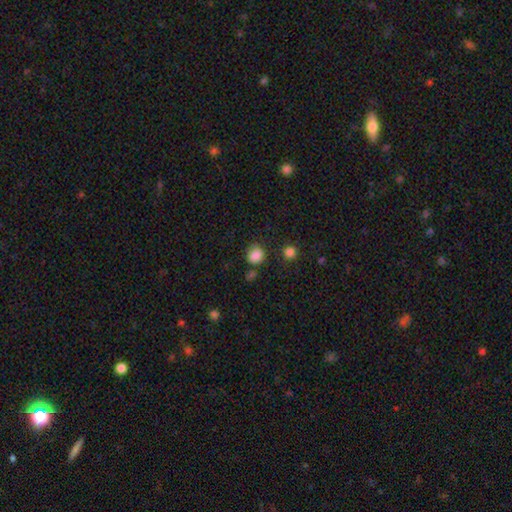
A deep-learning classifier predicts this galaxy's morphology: A smooth galaxy with no disk features (85%) that is round (78%).

Vote fractions:
- Smooth or featured? smooth: 85% / star or artifact: 11% / featured or disk: 4%
- How rounded? round: 78% / in between: 21% / cigar-shaped: 1%
- Merging? none: 75% / minor disturbance: 15% / merger: 6% / major disturbance: 4%